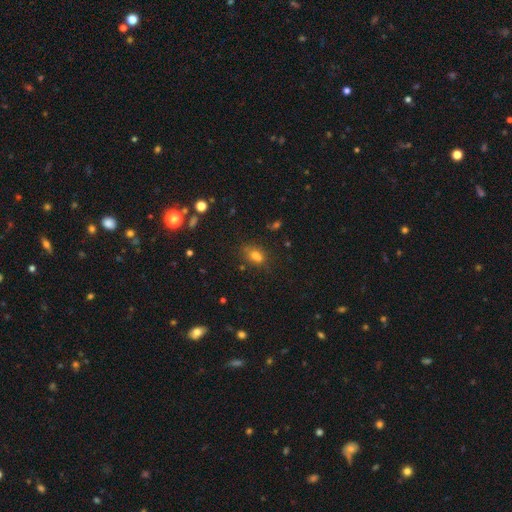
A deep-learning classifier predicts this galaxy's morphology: type=smooth (66%); roundness=in between (61%); merging=none (53%).